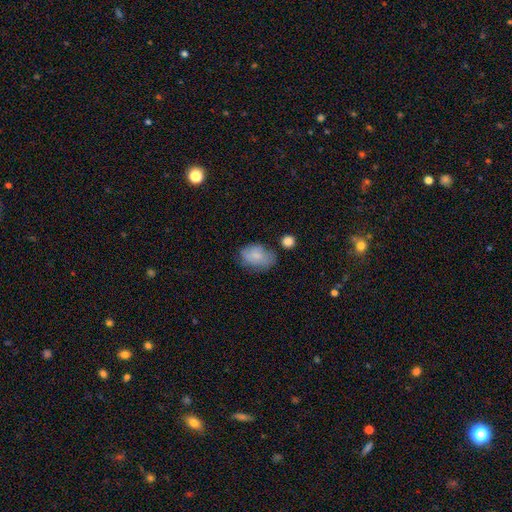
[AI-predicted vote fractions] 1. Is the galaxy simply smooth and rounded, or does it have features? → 78% smooth, 14% featured or disk, 7% star or artifact.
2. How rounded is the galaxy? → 81% in between, 17% round, 1% cigar-shaped.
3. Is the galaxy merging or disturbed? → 59% none, 27% minor disturbance, 8% major disturbance, 6% merger.